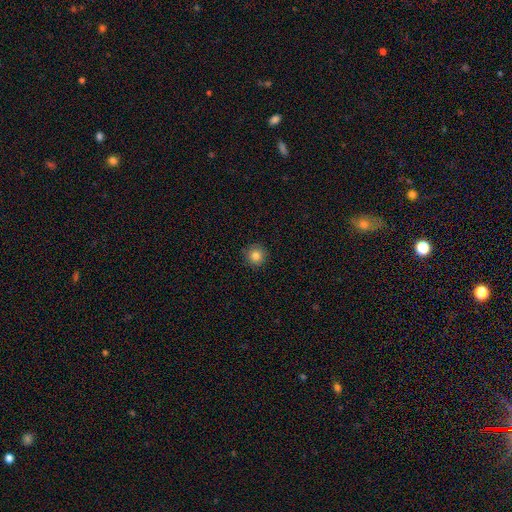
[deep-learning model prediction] The model was most divided on "smooth or featured": smooth: 83%, star or artifact: 11%, featured or disk: 6%. More confident: how rounded — round (95%); merging — none (91%).